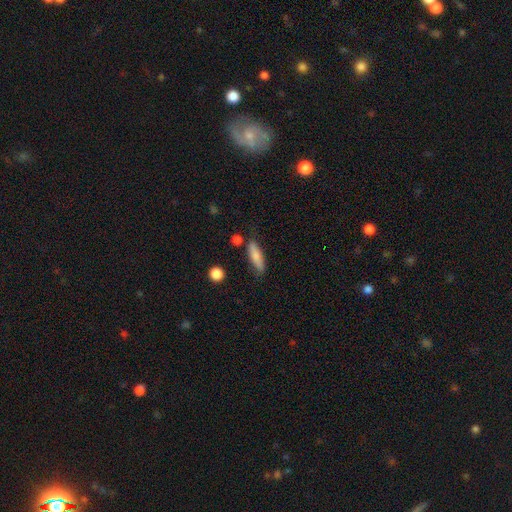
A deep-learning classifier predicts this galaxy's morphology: This is likely a smooth galaxy (77%). How rounded: possibly cigar-shaped (57%). Merging: likely none (73%).